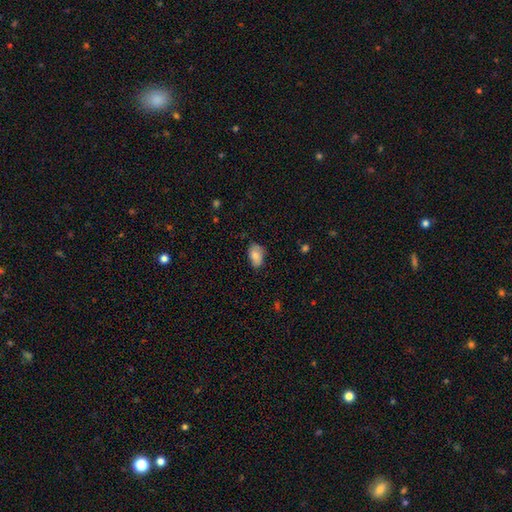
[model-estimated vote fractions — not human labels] This is clearly a smooth galaxy (81%). How rounded: clearly in between (90%). Merging: likely none (66%).